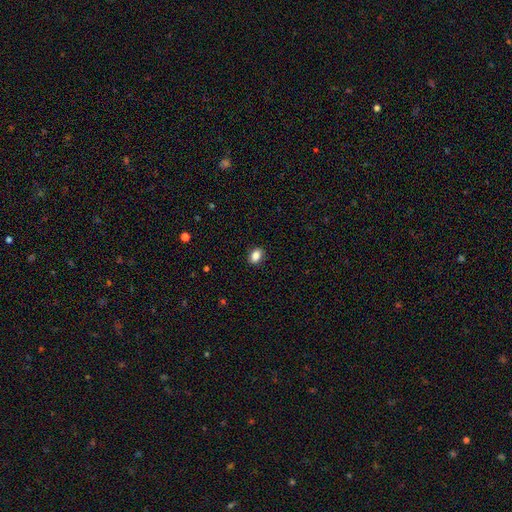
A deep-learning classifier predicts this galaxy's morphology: This is clearly a smooth galaxy (86%). How rounded: likely in between (79%). Merging: clearly none (88%).